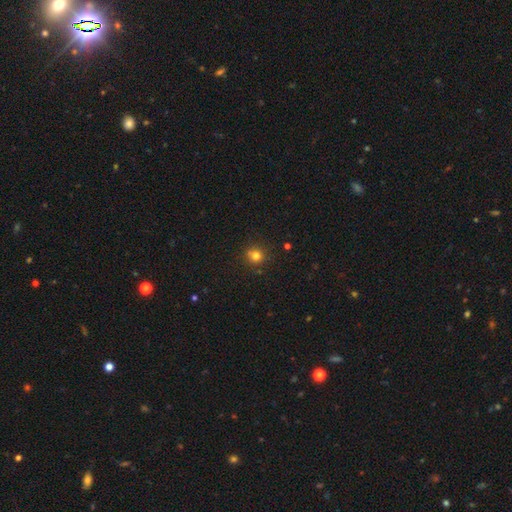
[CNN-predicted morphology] Smooth or featured: smooth — 77% (star or artifact — 16%)
How rounded: round — 89% (in between — 10%)
Merging: none — 79% (minor disturbance — 11%)